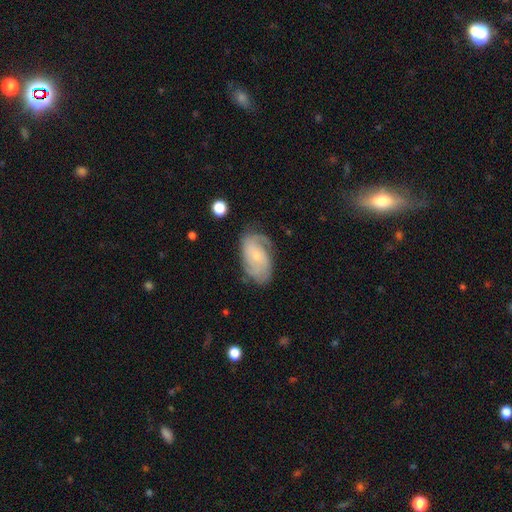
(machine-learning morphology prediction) Overall: featured or disk (73%). Edge-on disk: no (96%). Bar: no (69%). Spiral arms: yes (92%). Spiral arm count: 2 (42%; can't tell 28%). Spiral winding: tight (47%; medium 38%). Bulge size: small (71%). Merging: none (65%).